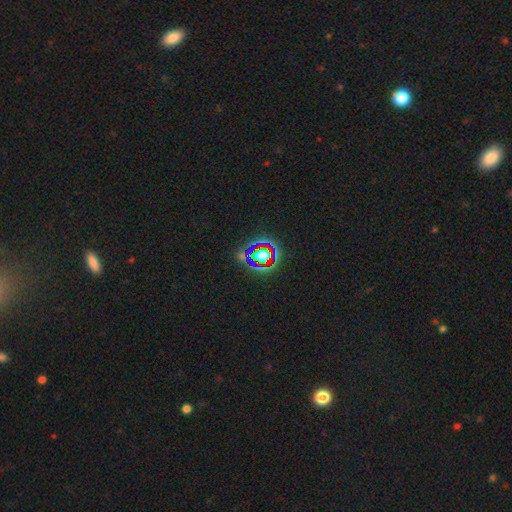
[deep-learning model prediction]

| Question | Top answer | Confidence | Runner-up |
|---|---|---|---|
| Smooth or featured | star or artifact | 75% | smooth (15%) |